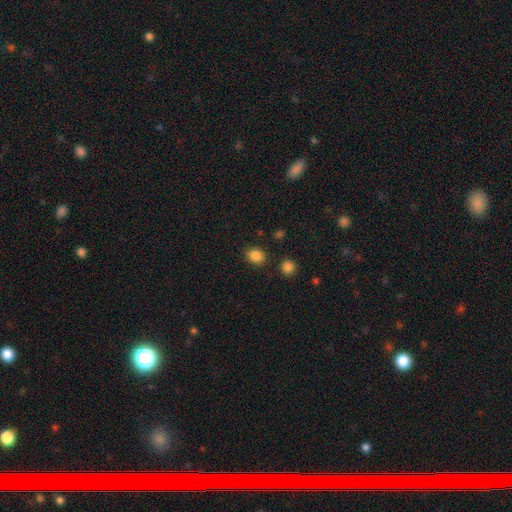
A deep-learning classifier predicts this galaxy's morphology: smooth 86%, star or artifact 10%, featured or disk 4%. Down the decision tree: how rounded — round (54%); merging — none (84%).